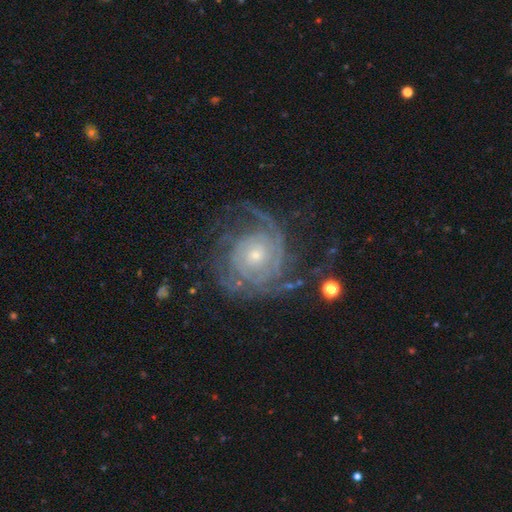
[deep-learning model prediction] Smooth or featured? featured or disk (88%)
Edge-on disk? no (97%)
Bar? no (77%)
Spiral arms? yes (96%)
Spiral winding? tight (68%)
Spiral arm count? can't tell (29%)
Bulge size? small (68%)
Merging? none (64%)